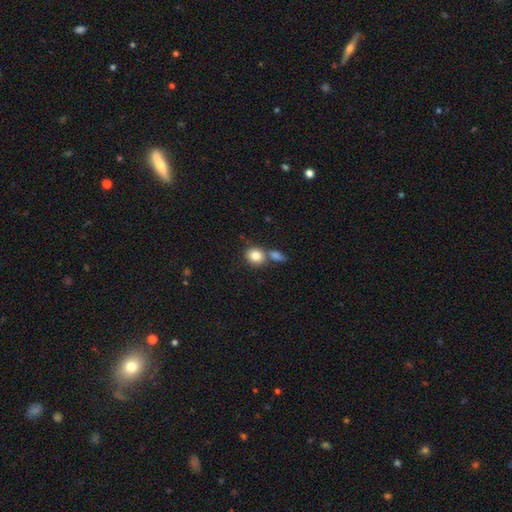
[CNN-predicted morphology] Smooth or featured? smooth (83%)
How rounded? round (69%)
Merging? none (53%)